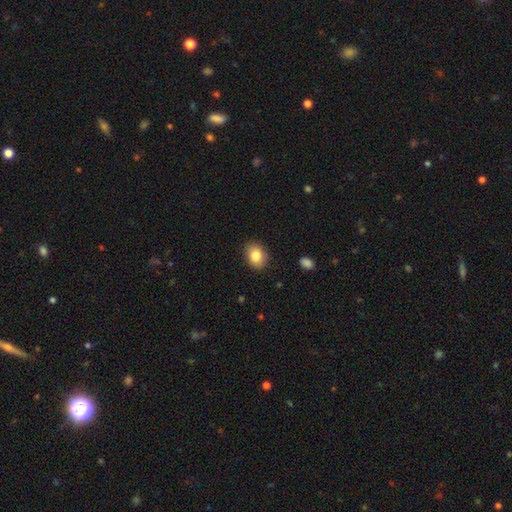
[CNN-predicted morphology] Smooth or featured? smooth (84%)
How rounded? in between (72%)
Merging? none (85%)